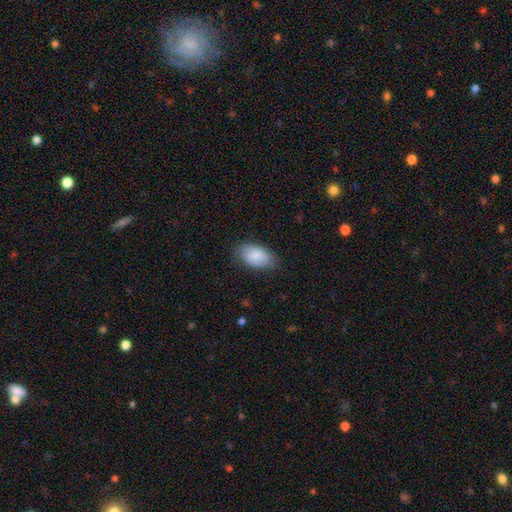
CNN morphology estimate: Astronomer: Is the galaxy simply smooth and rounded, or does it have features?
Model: smooth — 84%.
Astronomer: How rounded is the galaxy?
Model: in between — 93%.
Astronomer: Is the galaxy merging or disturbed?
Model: none — 75%.